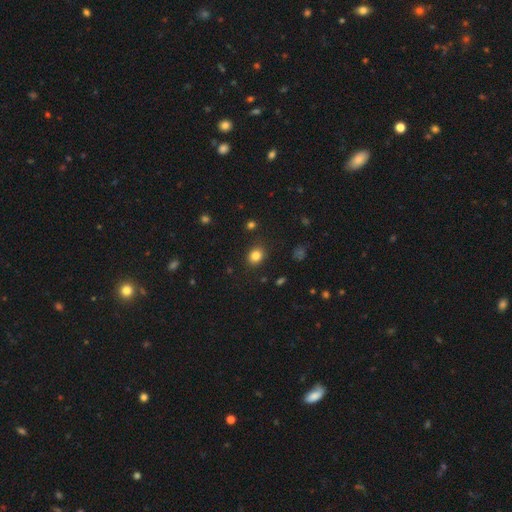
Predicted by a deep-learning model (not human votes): Overall: smooth (83%). How rounded: round (66%; in between 33%). Merging: none (87%).